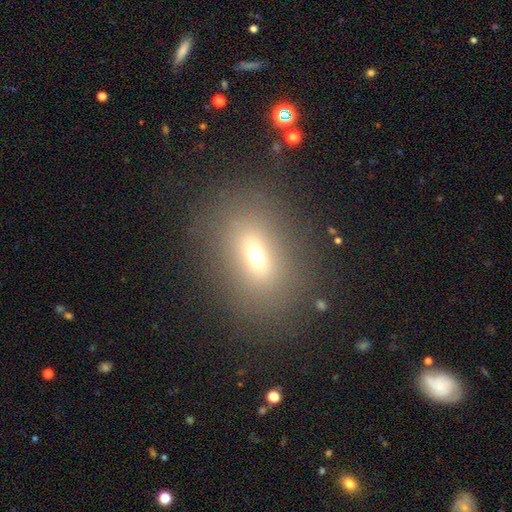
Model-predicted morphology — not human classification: This is possibly a smooth galaxy (59%). How rounded: likely in between (69%). Merging: clearly none (82%).